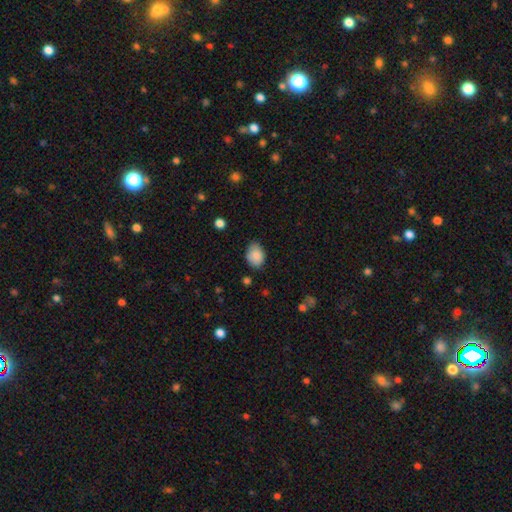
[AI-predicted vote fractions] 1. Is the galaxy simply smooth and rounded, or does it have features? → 86% smooth, 8% star or artifact, 6% featured or disk.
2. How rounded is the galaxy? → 72% in between, 27% round, 1% cigar-shaped.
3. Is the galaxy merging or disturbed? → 69% none, 25% minor disturbance, 4% major disturbance, 2% merger.